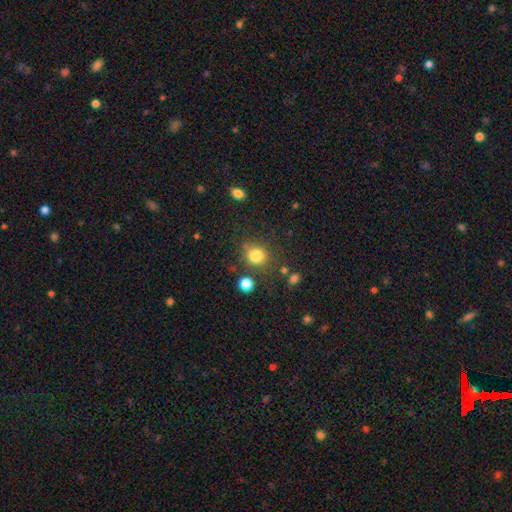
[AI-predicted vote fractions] The model was most divided on "how rounded": round: 77%, in between: 22%, cigar-shaped: 1%. More confident: smooth or featured — smooth (81%); merging — none (71%).